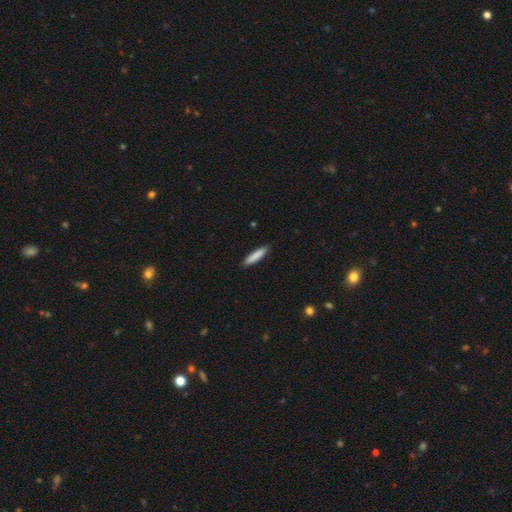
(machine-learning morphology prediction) A smooth galaxy with no disk features (86%) that is cigar-shaped (83%). Merging: none (88%).